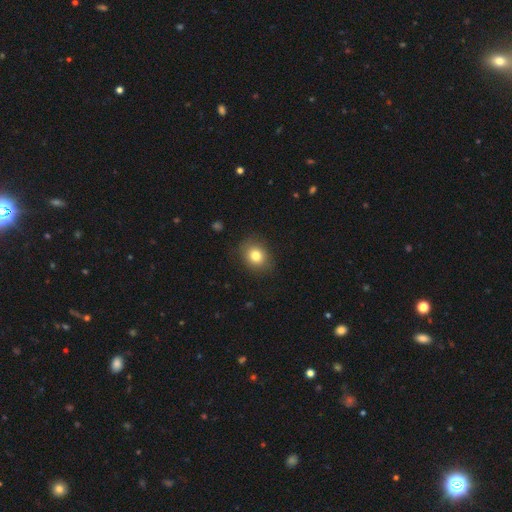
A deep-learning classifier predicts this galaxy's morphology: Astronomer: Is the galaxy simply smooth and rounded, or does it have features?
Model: smooth — 81%.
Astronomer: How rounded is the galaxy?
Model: round — 59% (runner-up: in between, 40%).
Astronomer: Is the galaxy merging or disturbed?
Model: none — 85%.